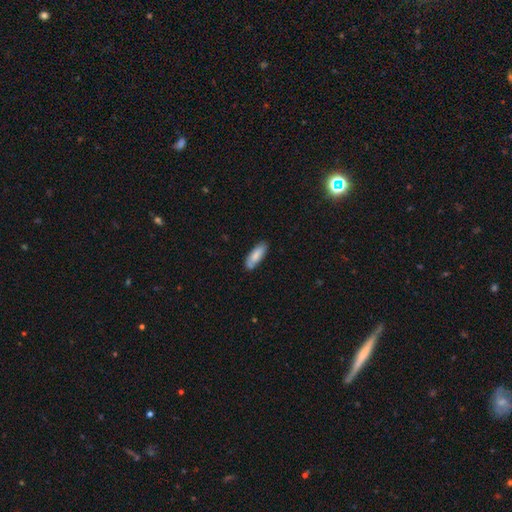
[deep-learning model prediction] A smooth galaxy with no disk features (80%) that is in between round and cigar-shaped (59%).

Vote fractions:
- Smooth or featured? smooth: 80% / featured or disk: 14% / star or artifact: 6%
- How rounded? in between: 59% / cigar-shaped: 39% / round: 2%
- Merging? none: 75% / minor disturbance: 18% / merger: 4% / major disturbance: 3%